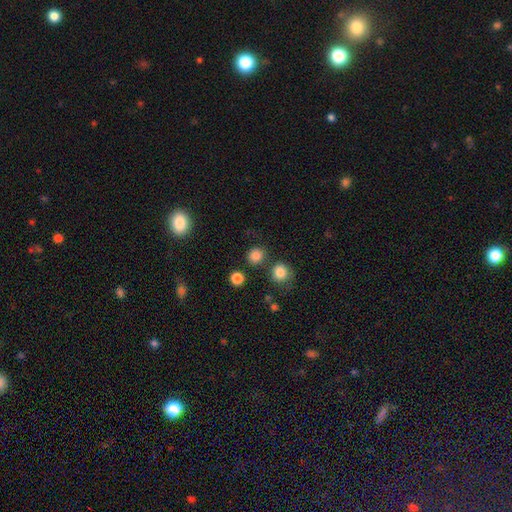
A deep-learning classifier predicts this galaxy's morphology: smooth 83%, star or artifact 13%, featured or disk 4%. Down the decision tree: how rounded — round (85%); merging — none (78%).